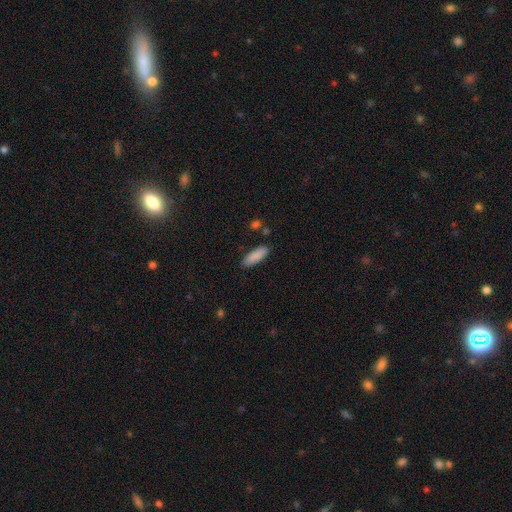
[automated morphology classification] smooth_or_featured: smooth (p=0.88) [alt: star or artifact p=0.06]
how_rounded: in between (p=0.58) [alt: cigar-shaped p=0.40]
merging: none (p=0.84) [alt: minor disturbance p=0.11]